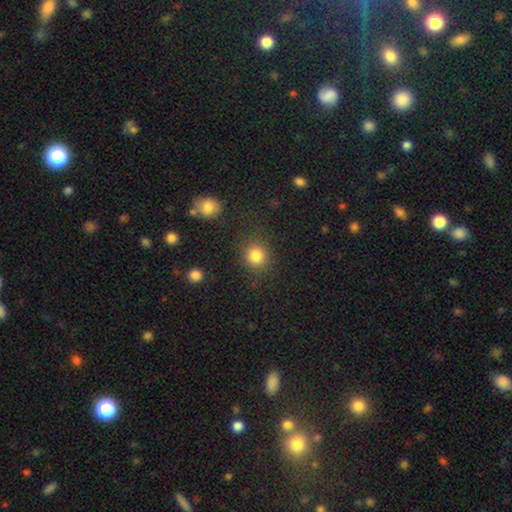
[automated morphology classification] Smooth or featured? Predicted: smooth (p=0.84). How rounded? Predicted: round (p=0.88). Merging? Predicted: none (p=0.84).